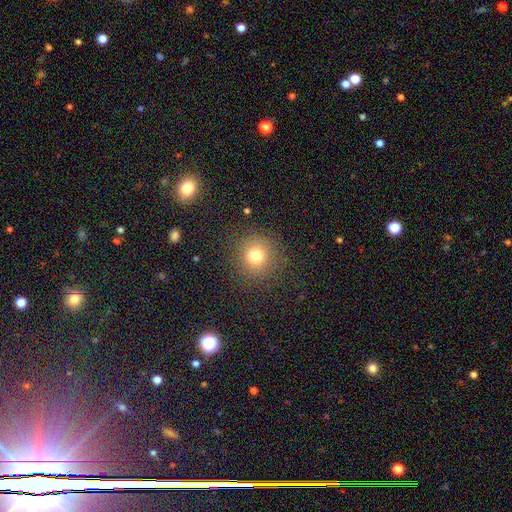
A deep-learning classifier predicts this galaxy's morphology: Overall: smooth (76%). How rounded: round (92%). Merging: none (87%).